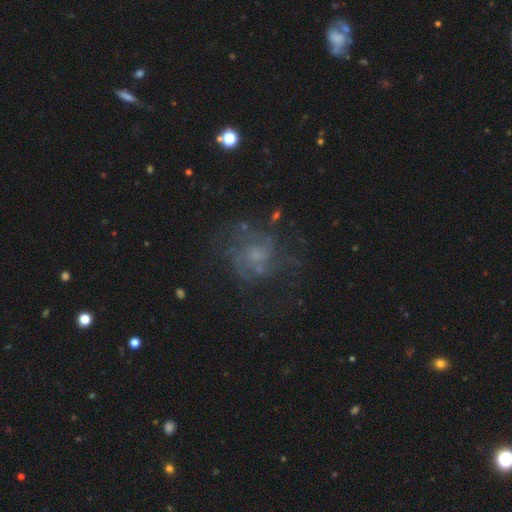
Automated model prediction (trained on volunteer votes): This is likely a featured or disk galaxy (64%). It is clearly not viewed edge-on (98%). Bar: likely no (75%). Spiral arm pattern: likely yes (76%). Central bulge: marginally small (44%). Merging: likely none (62%).